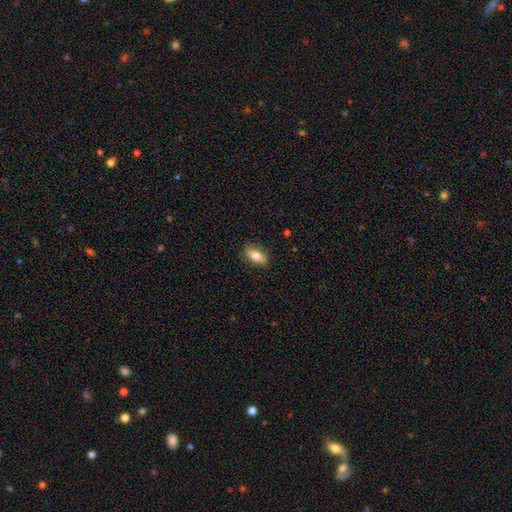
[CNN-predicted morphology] Smooth or featured: smooth — 73% (featured or disk — 20%)
How rounded: in between — 85% (cigar-shaped — 9%)
Merging: none — 85% (minor disturbance — 12%)